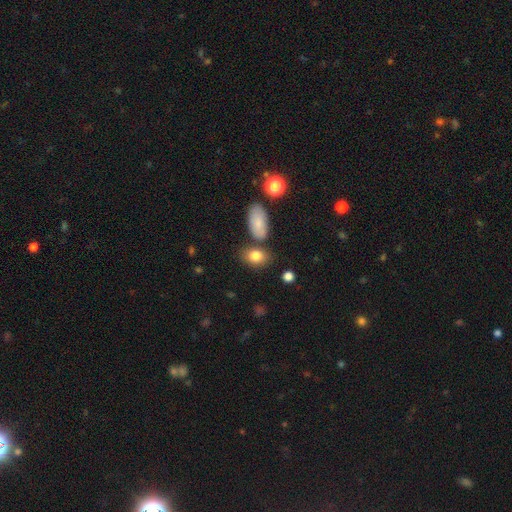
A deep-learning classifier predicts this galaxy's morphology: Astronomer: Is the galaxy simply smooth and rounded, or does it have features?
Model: smooth — 82%.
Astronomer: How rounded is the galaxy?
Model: in between — 79%.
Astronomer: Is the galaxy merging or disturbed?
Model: none — 70%.